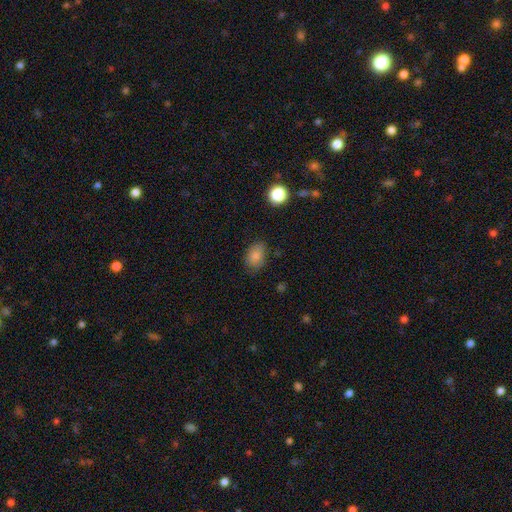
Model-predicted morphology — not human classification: smooth 83%, star or artifact 10%, featured or disk 6%. Down the decision tree: how rounded — in between (76%); merging — none (76%).